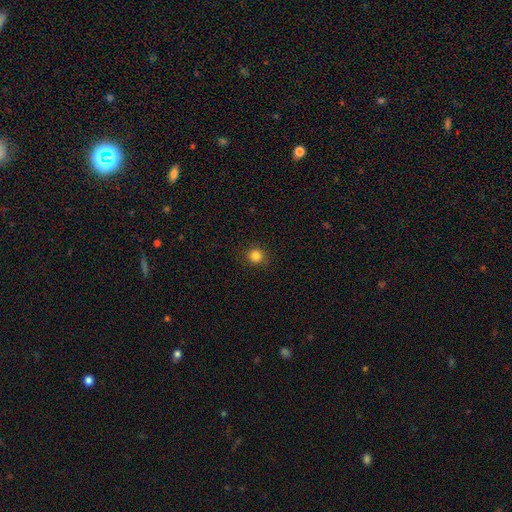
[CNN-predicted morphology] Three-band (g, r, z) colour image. It shows a smooth galaxy with no disk features (84%) that is round (92%). Merging: none (89%).